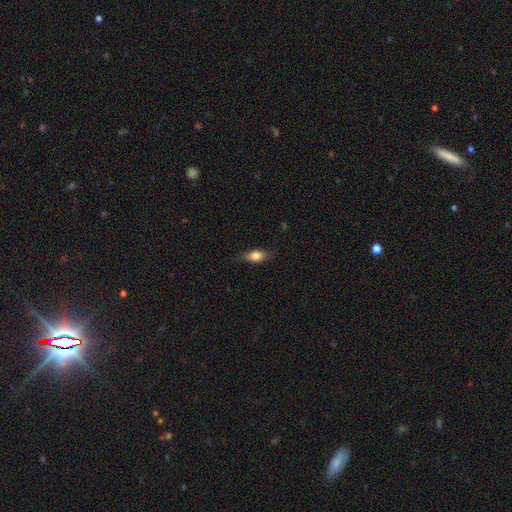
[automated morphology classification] The model was most divided on "smooth or featured": smooth: 75%, featured or disk: 17%, star or artifact: 8%. More confident: merging — none (79%); how rounded — in between (78%).